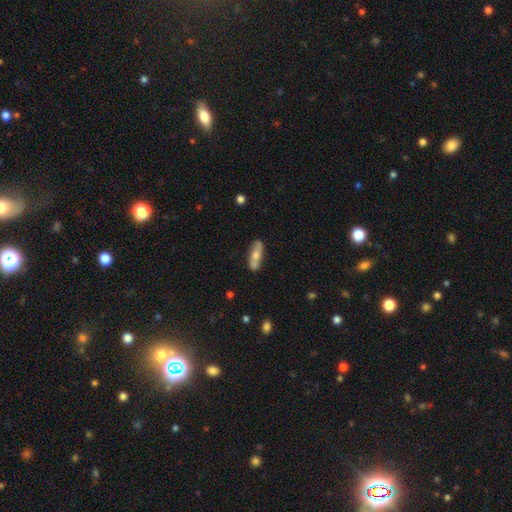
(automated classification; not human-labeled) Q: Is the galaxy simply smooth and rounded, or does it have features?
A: smooth — 51%.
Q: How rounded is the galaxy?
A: in between — 50%.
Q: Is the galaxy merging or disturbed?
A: none — 69%.